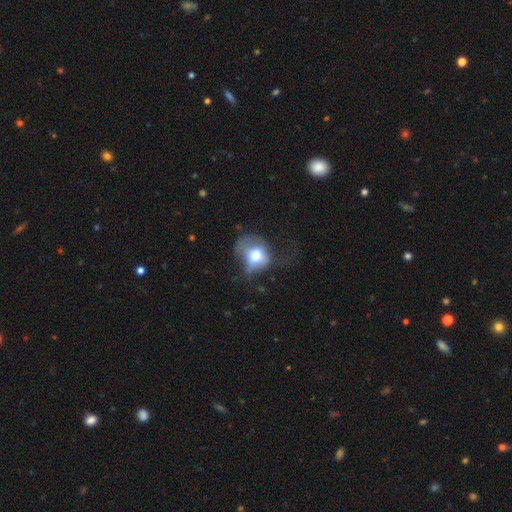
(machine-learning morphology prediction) smooth-or-featured: smooth: 65% | featured or disk: 25% | star or artifact: 10%
  how-rounded: round: 56% | in between: 43% | cigar-shaped: 1%
  merging: major disturbance: 44% | minor disturbance: 27% | none: 26% | merger: 3%